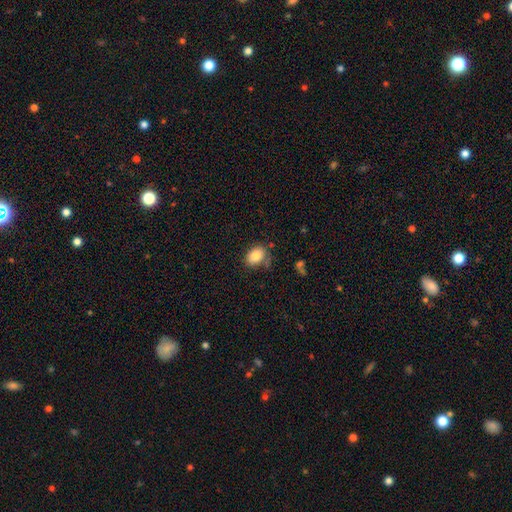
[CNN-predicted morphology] Smooth or featured? smooth (84%)
How rounded? in between (77%)
Merging? none (70%)